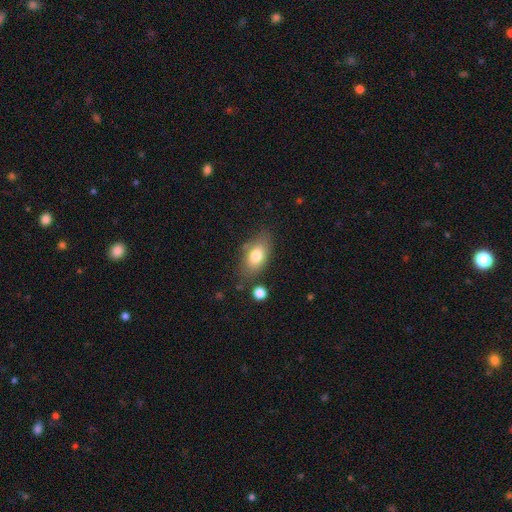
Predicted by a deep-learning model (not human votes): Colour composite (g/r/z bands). It shows a smooth galaxy with no disk features (77%) that is in between round and cigar-shaped (88%). Merging: none (73%).